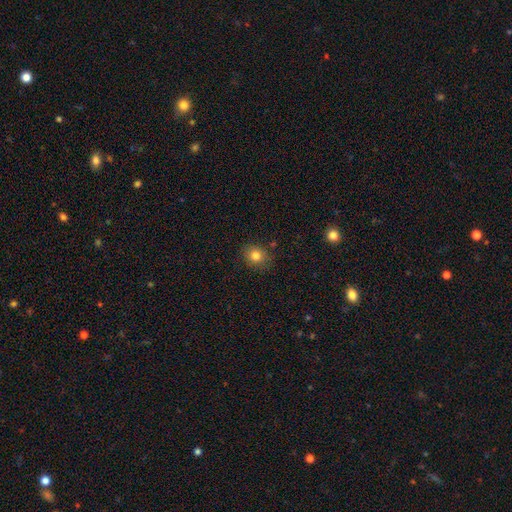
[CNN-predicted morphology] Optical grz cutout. It shows a smooth galaxy with no disk features (80%) that is round (70%). Merging: none (85%).